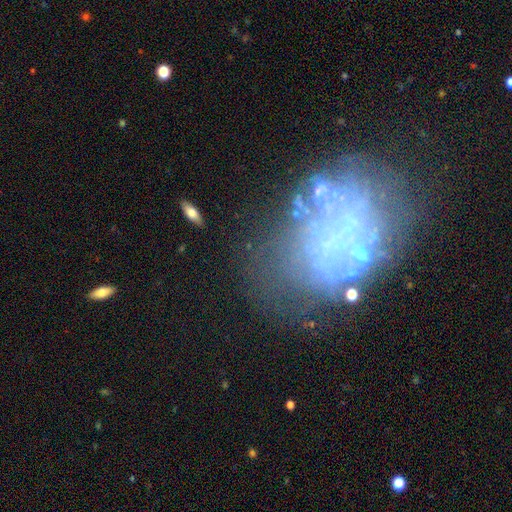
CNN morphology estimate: smooth-or-featured: featured or disk: 58% | star or artifact: 22% | smooth: 20%
  disk-edge-on: no: 97% | yes: 3%
    bar: no: 91% | weak: 6% | strong: 3%
    has-spiral-arms: no: 89% | yes: 11%
    bulge-size: none: 78% | small: 15% | moderate: 4% | large: 2% | dominant: 1%
  merging: none: 49% | major disturbance: 24% | minor disturbance: 18% | merger: 8%